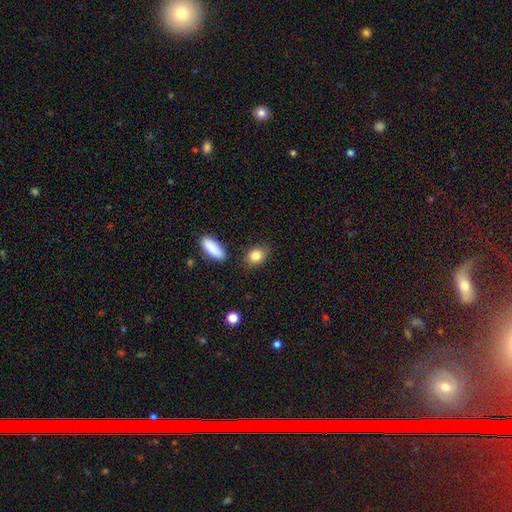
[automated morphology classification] The model was most divided on "how rounded": in between: 70%, round: 27%, cigar-shaped: 2%. More confident: smooth or featured — smooth (85%); merging — none (78%).